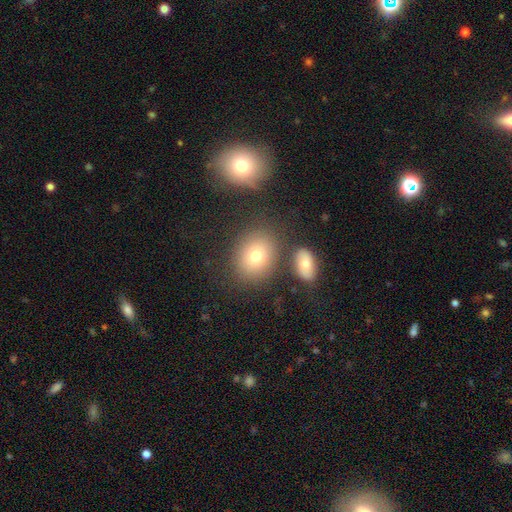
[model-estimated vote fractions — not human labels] smooth 75%, featured or disk 13%, star or artifact 12%. Down the decision tree: how rounded — round (56%); merging — none (77%).